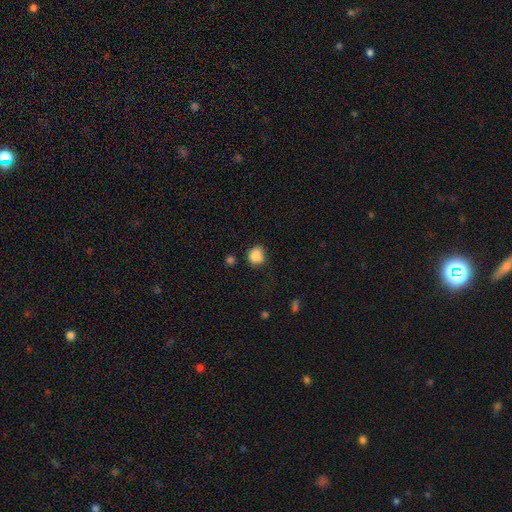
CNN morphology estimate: Smooth or featured: smooth — 86% (star or artifact — 9%)
How rounded: round — 83% (in between — 16%)
Merging: none — 74% (minor disturbance — 19%)